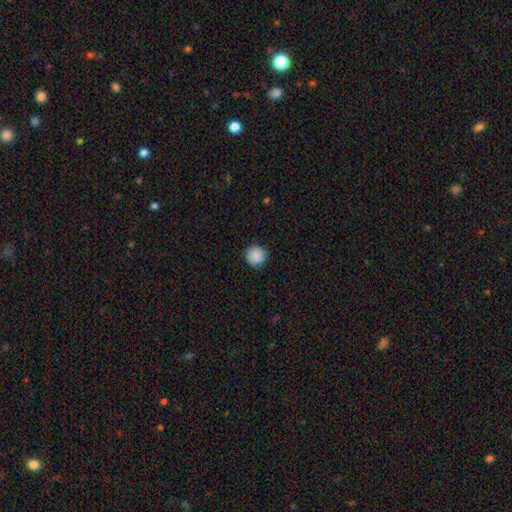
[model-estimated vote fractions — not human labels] Smooth or featured?
  - smooth: 89% *
  - star or artifact: 8%
  - featured or disk: 3%
How rounded?
  - round: 95% *
  - in between: 4%
  - cigar-shaped: 1%
Merging?
  - none: 90% *
  - minor disturbance: 7%
  - major disturbance: 2%
  - merger: 1%